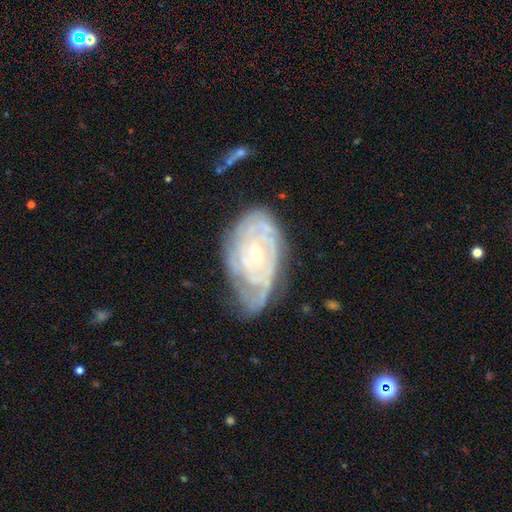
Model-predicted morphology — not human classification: smooth-or-featured: featured or disk: 84% | smooth: 10% | star or artifact: 6%
  disk-edge-on: no: 95% | yes: 5%
    bar: no: 72% | weak: 22% | strong: 6%
    has-spiral-arms: yes: 93% | no: 7%
      spiral-winding: tight: 78% | medium: 18% | loose: 4%
      spiral-arm-count: can't tell: 42% | 2: 21% | 3: 15% | 4: 11% | more than 4: 6% | 1: 5%
    bulge-size: small: 71% | moderate: 25% | large: 1% | none: 1% | dominant: 1%
  merging: none: 56% | minor disturbance: 29% | major disturbance: 13% | merger: 2%